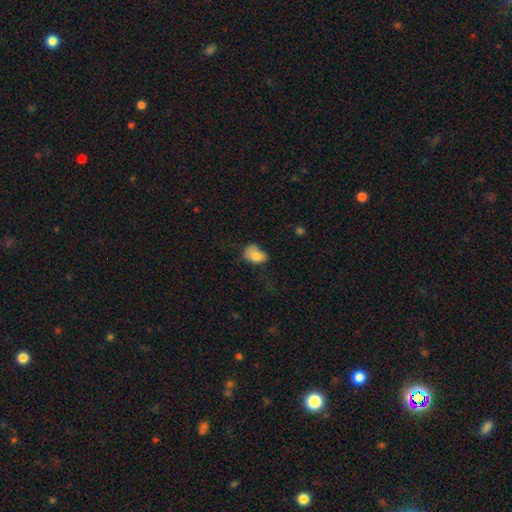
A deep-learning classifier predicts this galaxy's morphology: smooth 78%, featured or disk 14%, star or artifact 9%. Down the decision tree: how rounded — in between (76%); merging — minor disturbance (37%).